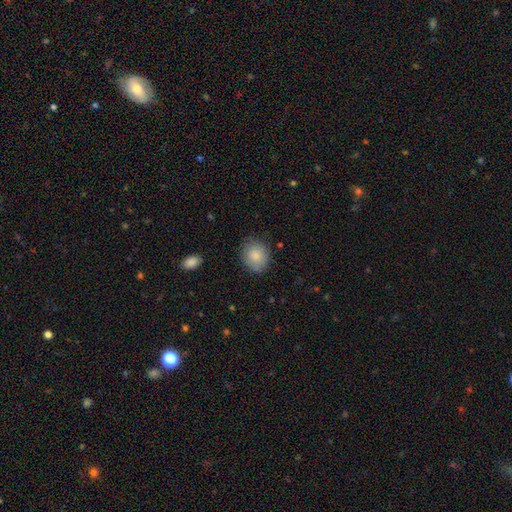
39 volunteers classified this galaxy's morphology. Q: Smooth or featured?
A: smooth (87%); runner-up: featured or disk (10%)
Q: How rounded?
A: round (65%); runner-up: in between (32%)
Q: Merging?
A: none (76%); runner-up: minor disturbance (16%)